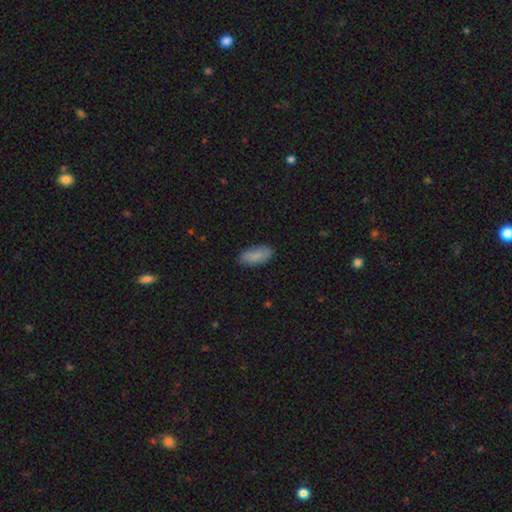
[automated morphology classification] A smooth galaxy with no disk features (86%) that is in between round and cigar-shaped (89%). Merging: none (82%).